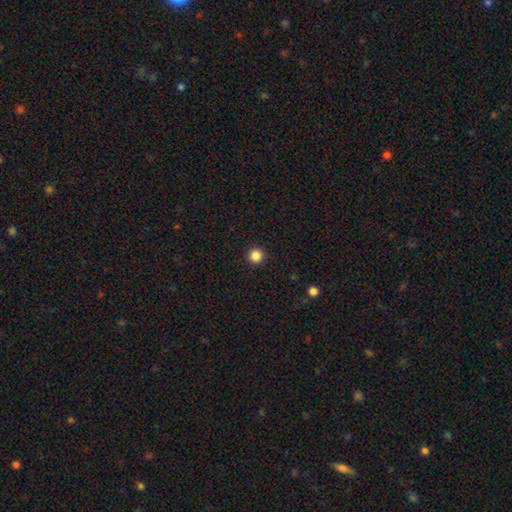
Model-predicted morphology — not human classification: Overall: smooth (86%). How rounded: round (96%). Merging: none (93%).